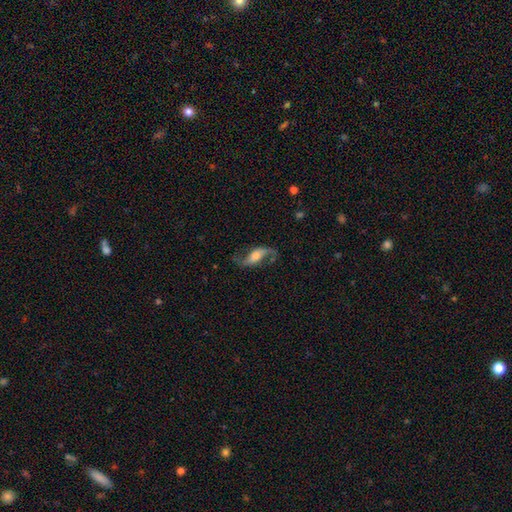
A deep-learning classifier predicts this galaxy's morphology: featured or disk 80%, smooth 14%, star or artifact 6%. Down the decision tree: edge-on disk — no (91%); bar — weak (37%); spiral arms — yes (94%); spiral arm count — 2 (91%); spiral winding — loose (78%); bulge size — moderate (43%); merging — none (69%).